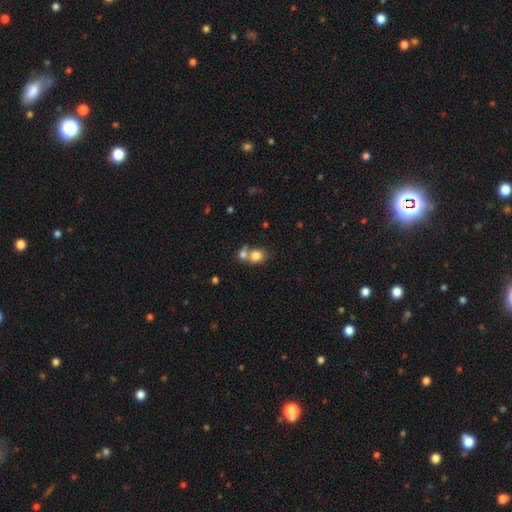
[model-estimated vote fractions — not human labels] smooth 79%, featured or disk 11%, star or artifact 10%. Down the decision tree: how rounded — round (60%); merging — merger (53%).